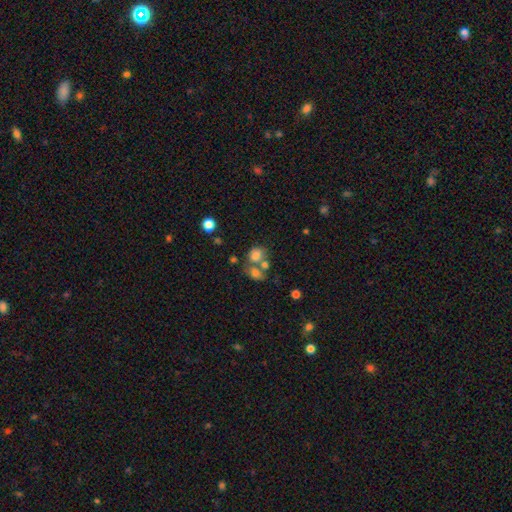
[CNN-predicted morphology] smooth_or_featured: smooth (p=0.73) [alt: featured or disk p=0.14]
how_rounded: round (p=0.56) [alt: in between p=0.42]
merging: merger (p=0.47) [alt: none p=0.37]